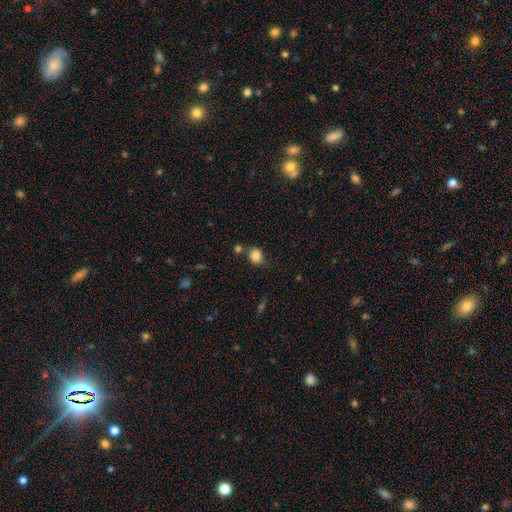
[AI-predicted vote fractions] Morphology: type=smooth (84%); roundness=round (64%); merging=none (69%).